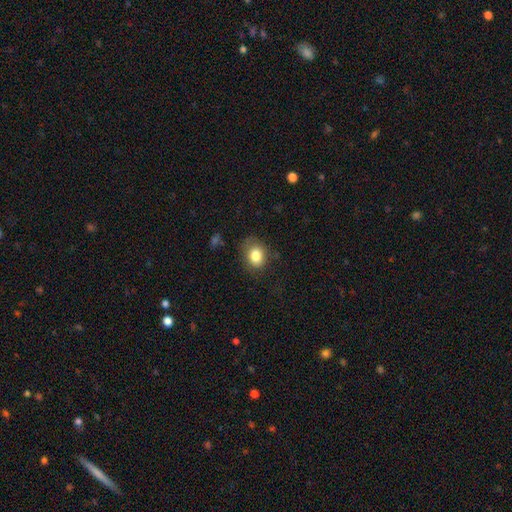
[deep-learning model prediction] Smooth or featured: smooth — 82% (star or artifact — 10%)
How rounded: round — 52% (in between — 47%)
Merging: none — 74% (minor disturbance — 19%)